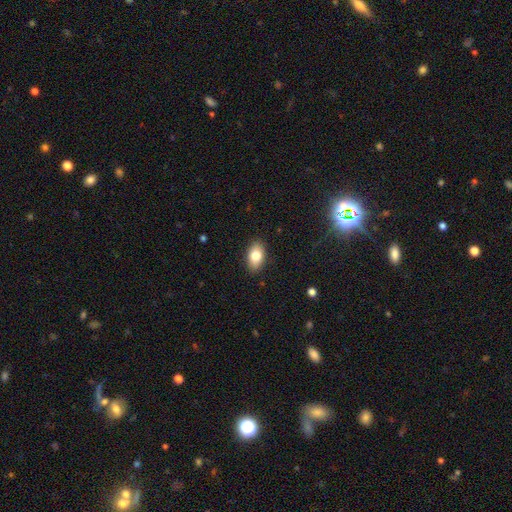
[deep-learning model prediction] Smooth or featured? smooth (80%)
How rounded? in between (91%)
Merging? none (88%)